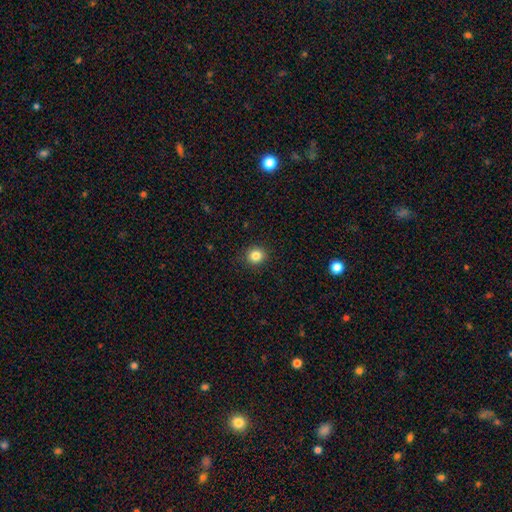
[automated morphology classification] Smooth or featured?
  - smooth: 84% *
  - star or artifact: 11%
  - featured or disk: 5%
How rounded?
  - round: 88% *
  - in between: 11%
  - cigar-shaped: 1%
Merging?
  - none: 90% *
  - minor disturbance: 7%
  - major disturbance: 2%
  - merger: 1%